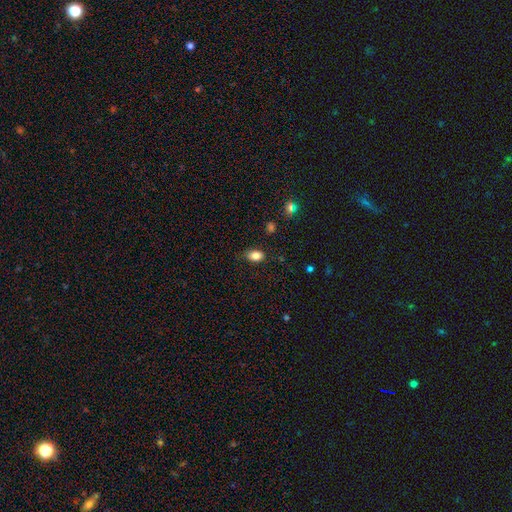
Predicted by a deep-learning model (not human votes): A smooth galaxy with no disk features (85%) that is in between round and cigar-shaped (83%).

Vote fractions:
- Smooth or featured? smooth: 85% / star or artifact: 9% / featured or disk: 6%
- How rounded? in between: 83% / round: 15% / cigar-shaped: 2%
- Merging? none: 79% / minor disturbance: 16% / major disturbance: 3% / merger: 1%